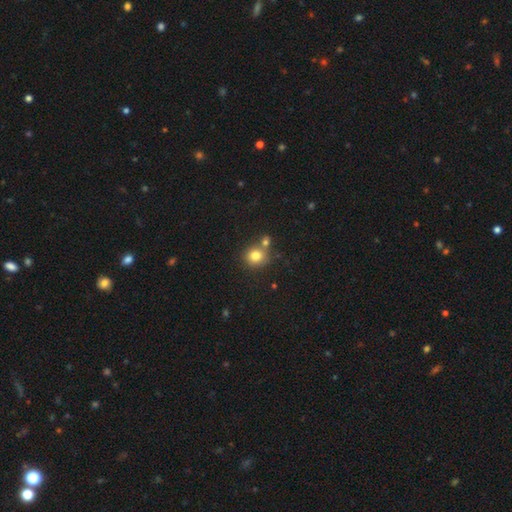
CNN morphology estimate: Smooth or featured? Predicted: smooth (p=0.80). How rounded? Predicted: round (p=0.83). Merging? Predicted: none (p=0.60).